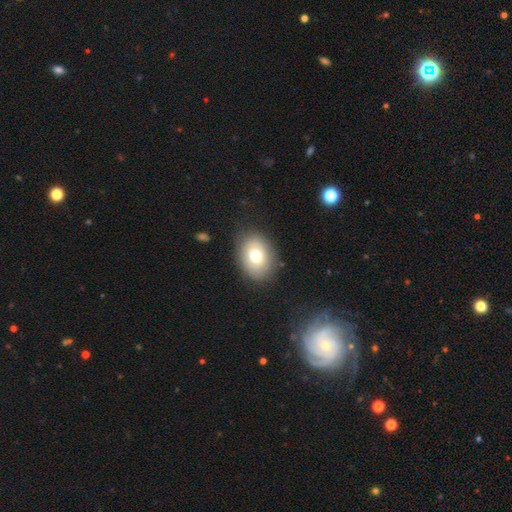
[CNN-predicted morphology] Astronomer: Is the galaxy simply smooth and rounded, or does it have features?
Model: smooth — 72%.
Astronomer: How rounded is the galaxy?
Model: in between — 71%.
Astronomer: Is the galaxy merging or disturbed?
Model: none — 81%.